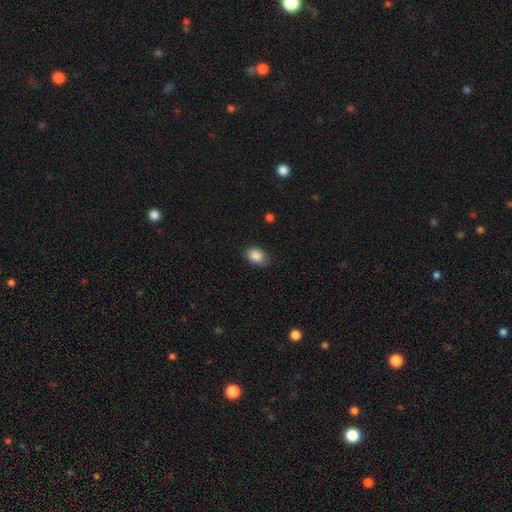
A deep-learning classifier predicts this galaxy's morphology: type=smooth (87%); roundness=in between (81%); merging=none (80%).